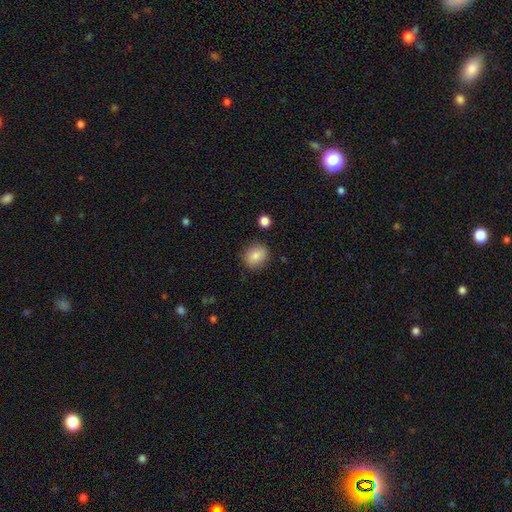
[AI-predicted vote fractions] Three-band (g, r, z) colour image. It shows a smooth galaxy with no disk features (84%) that is round (69%). Merging: none (84%).